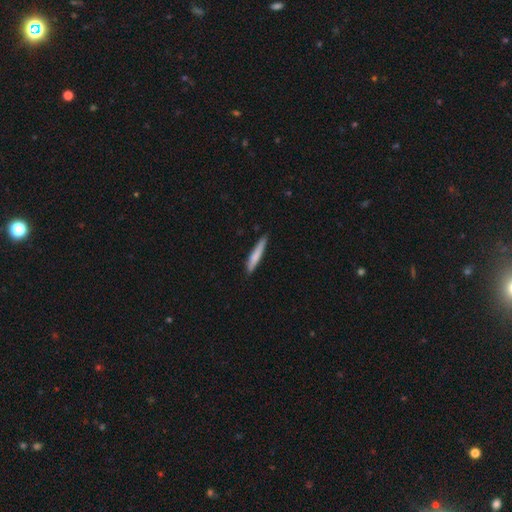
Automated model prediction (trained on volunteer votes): Smooth or featured: smooth — 74% (featured or disk — 21%)
How rounded: cigar-shaped — 93% (in between — 6%)
Merging: none — 83% (minor disturbance — 13%)